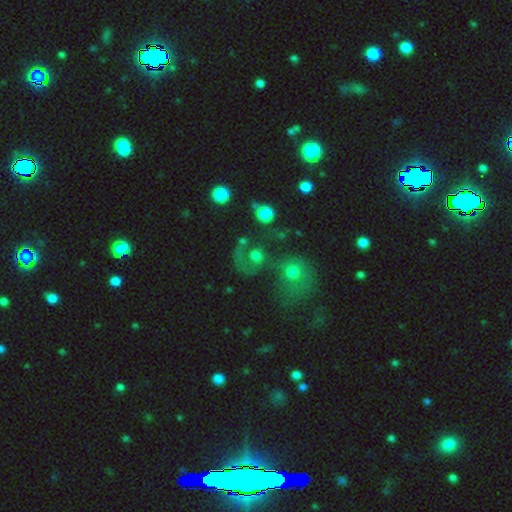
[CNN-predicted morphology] type=smooth (51%); roundness=round (77%); merging=merger (33%, tied with none).